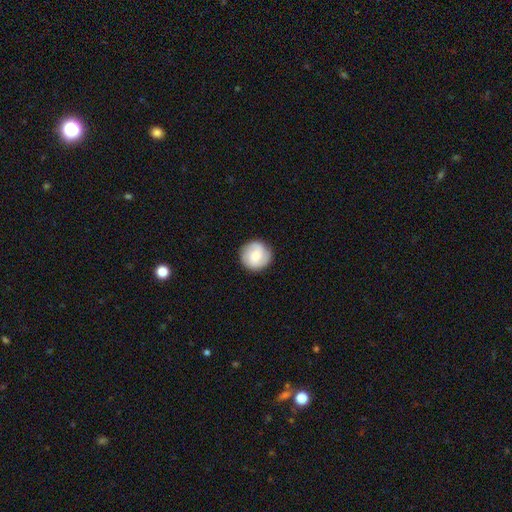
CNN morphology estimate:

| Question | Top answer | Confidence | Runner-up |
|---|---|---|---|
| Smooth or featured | smooth | 57% | featured or disk (36%) |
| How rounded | round | 93% | in between (6%) |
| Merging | none | 87% | minor disturbance (9%) |